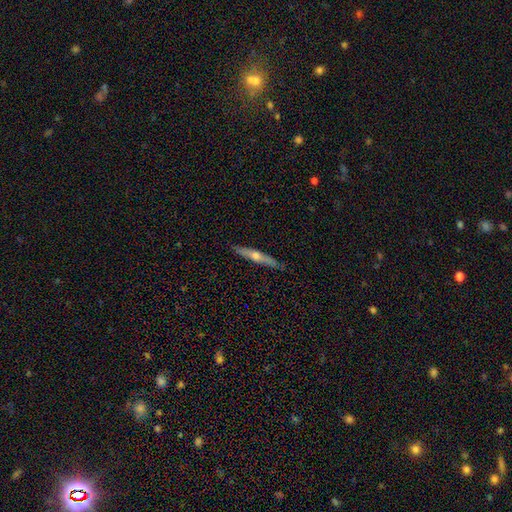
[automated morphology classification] Smooth or featured?
  - featured or disk: 57% *
  - smooth: 37%
  - star or artifact: 6%
Edge-on disk?
  - yes: 94% *
  - no: 6%
Edge-on bulge?
  - rounded: 86% *
  - none: 11%
  - boxy: 2%
Merging?
  - none: 89% *
  - minor disturbance: 8%
  - major disturbance: 2%
  - merger: 1%